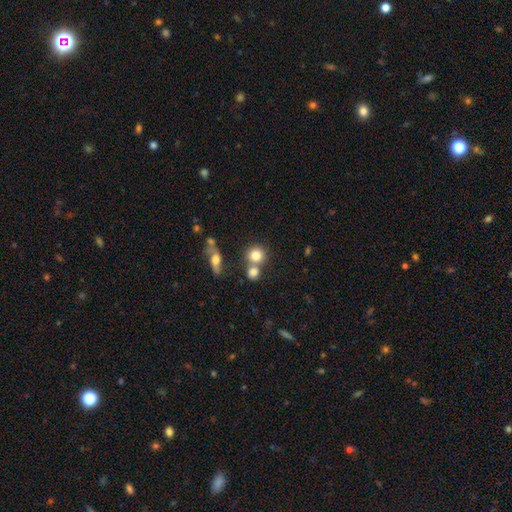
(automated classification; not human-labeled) The model was most divided on "merging": none: 54%, merger: 33%, minor disturbance: 9%, major disturbance: 4%. More confident: how rounded — round (84%); smooth or featured — smooth (79%).